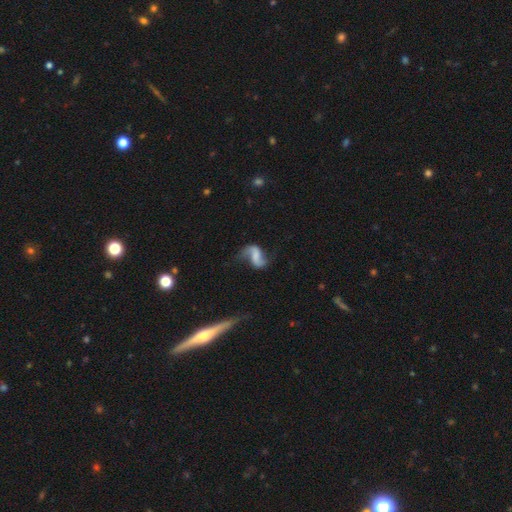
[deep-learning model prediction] A featured or disk galaxy (76%) with a weak bar (38%), 2 (89%) loose (78%) spiral arms (93%) and no central bulge (61%). Merging: none (57%).